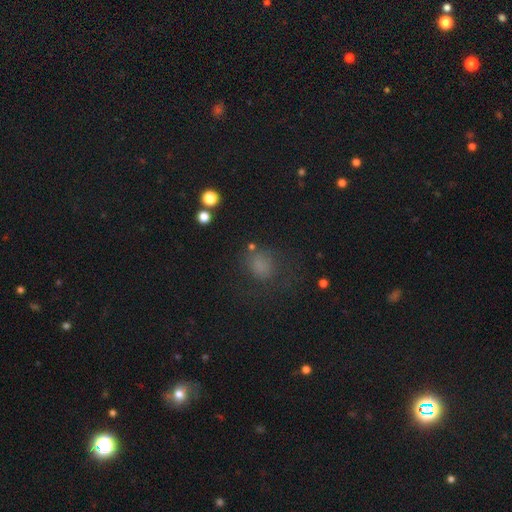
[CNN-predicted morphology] type=smooth (69%); roundness=round (60%); merging=none (57%).